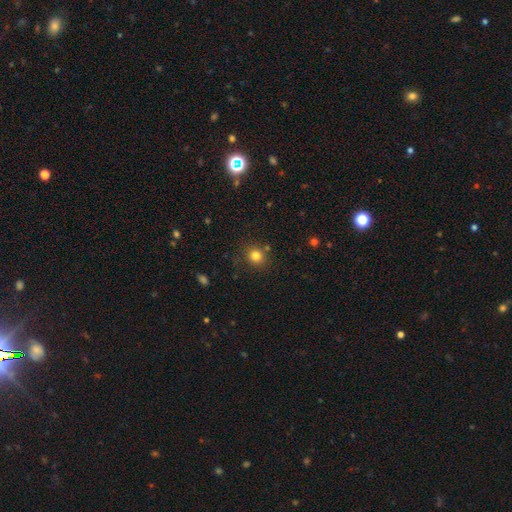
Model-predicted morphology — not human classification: type=smooth (81%); roundness=round (85%); merging=none (83%).